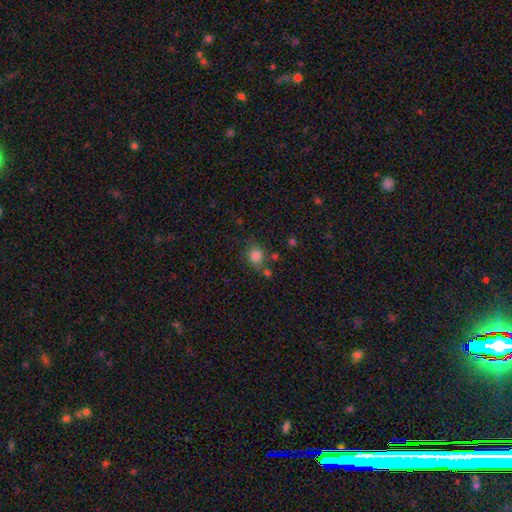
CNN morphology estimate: smooth_or_featured: smooth (p=0.82) [alt: star or artifact p=0.12]
how_rounded: round (p=0.75) [alt: in between p=0.24]
merging: none (p=0.70) [alt: minor disturbance p=0.15]